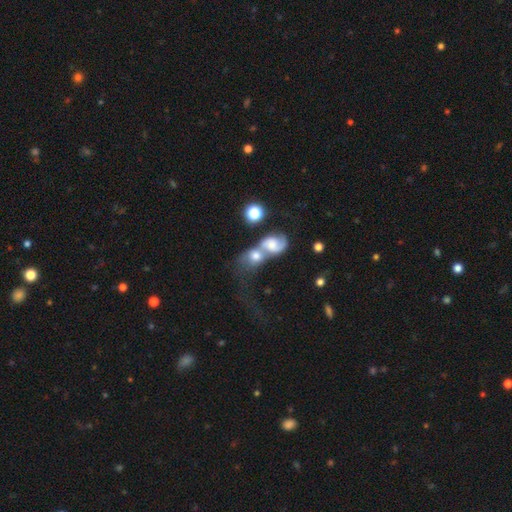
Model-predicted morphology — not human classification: smooth_or_featured: smooth (p=0.48) [alt: featured or disk p=0.42]
merging: merger (p=0.71) [alt: none p=0.15]